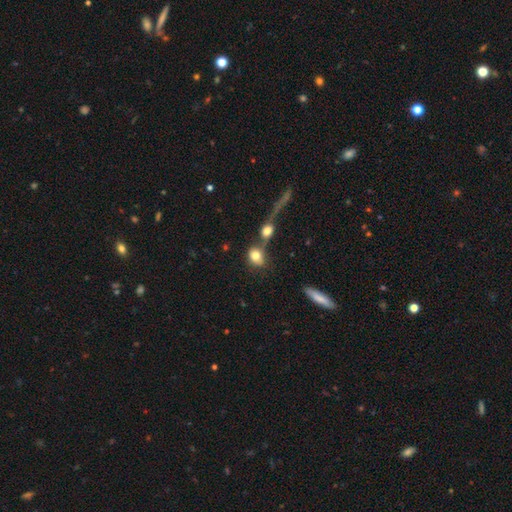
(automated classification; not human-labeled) This is likely a smooth galaxy (77%). How rounded: possibly in between (51%). Merging: possibly merger (51%).